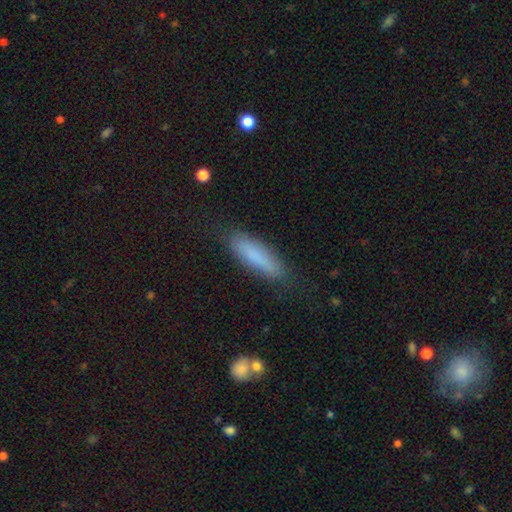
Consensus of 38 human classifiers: This appears to be a smooth galaxy with no disk features (79%) that is cigar-shaped (80%). Merging: none (73%).